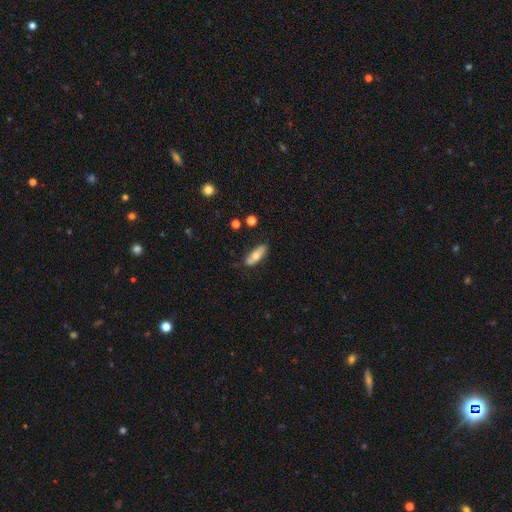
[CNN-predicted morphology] The model was most divided on "smooth or featured": smooth: 63%, featured or disk: 30%, star or artifact: 7%. More confident: merging — none (78%); how rounded — in between (69%).